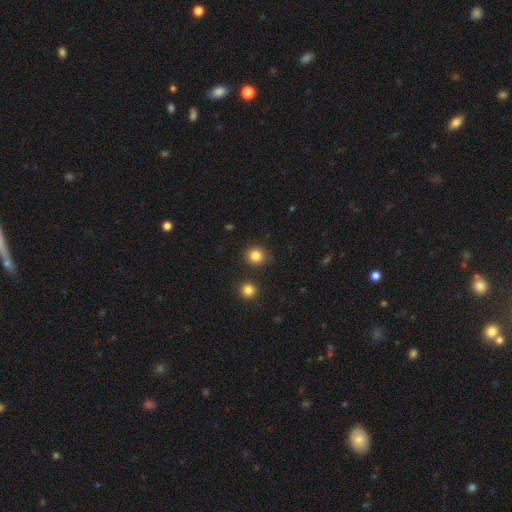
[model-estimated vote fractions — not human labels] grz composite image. It shows a smooth galaxy with no disk features (84%) that is round (85%). Merging: none (85%).